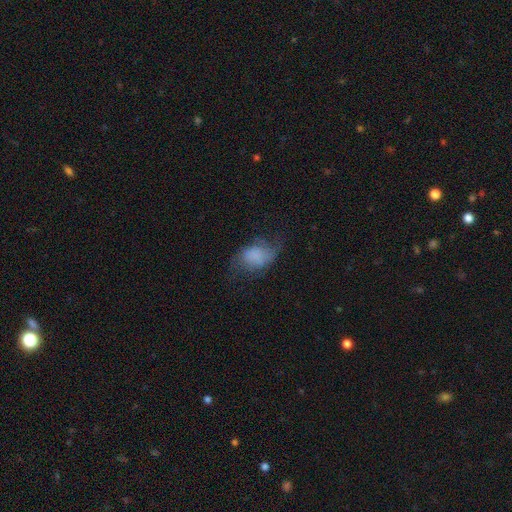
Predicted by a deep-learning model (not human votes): This is possibly a smooth galaxy (54%). How rounded: likely in between (80%). Merging: marginally none (39%).